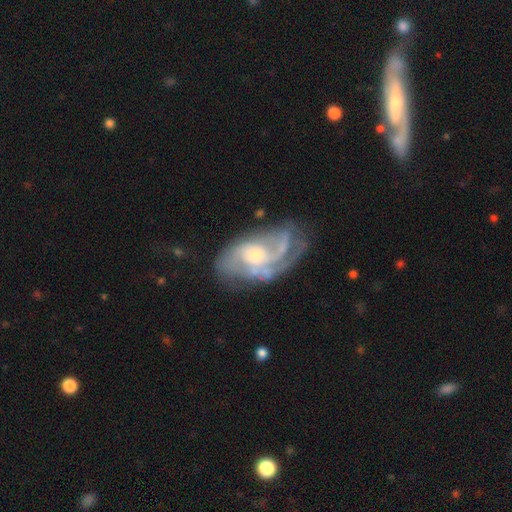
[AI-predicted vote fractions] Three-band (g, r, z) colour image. It shows a featured or disk galaxy (83%) with no bar (66%), tight (42%) spiral arms (92%) and a small central bulge (55%). Merging: none (55%).